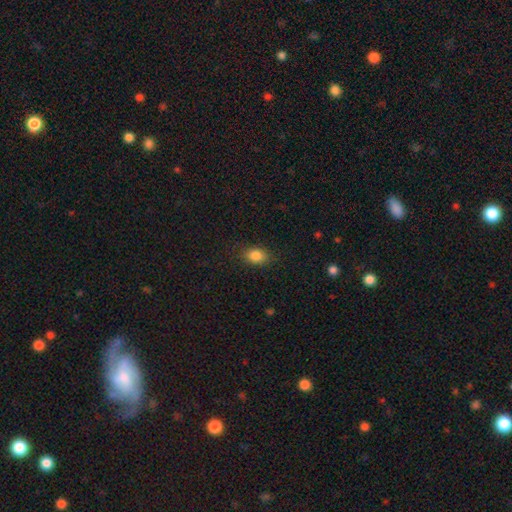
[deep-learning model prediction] Smooth or featured? smooth (85%)
How rounded? in between (71%)
Merging? none (84%)